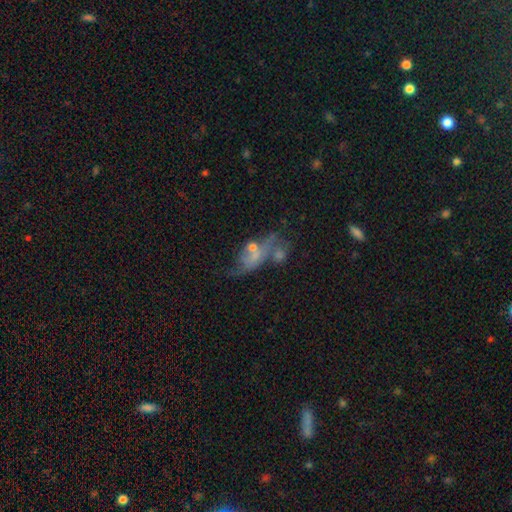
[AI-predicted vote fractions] This is possibly a featured or disk galaxy (51%). It is clearly not viewed edge-on (90%). Merging: marginally none (29%).